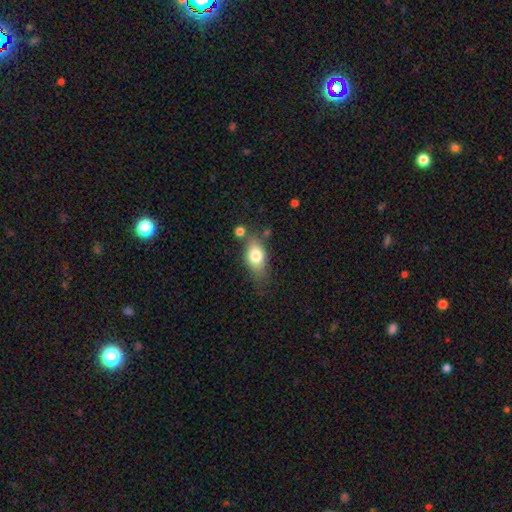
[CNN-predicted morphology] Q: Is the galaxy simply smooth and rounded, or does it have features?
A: smooth — 75%.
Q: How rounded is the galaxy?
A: in between — 81%.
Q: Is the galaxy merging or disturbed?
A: none — 63%.